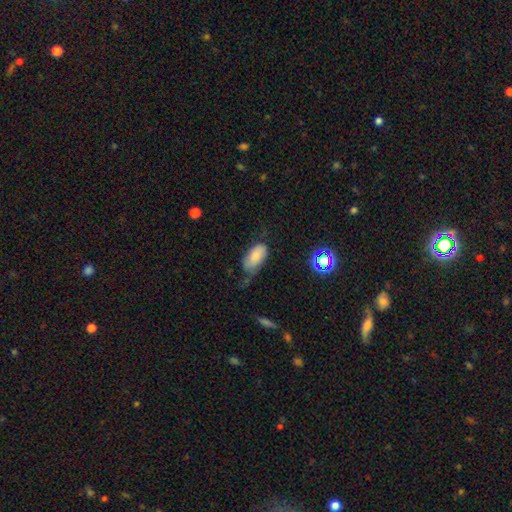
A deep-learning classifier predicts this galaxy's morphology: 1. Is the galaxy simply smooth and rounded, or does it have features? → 78% smooth, 13% featured or disk, 9% star or artifact.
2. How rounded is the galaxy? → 94% in between, 3% round, 3% cigar-shaped.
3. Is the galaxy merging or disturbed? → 45% none, 36% minor disturbance, 15% major disturbance, 3% merger.